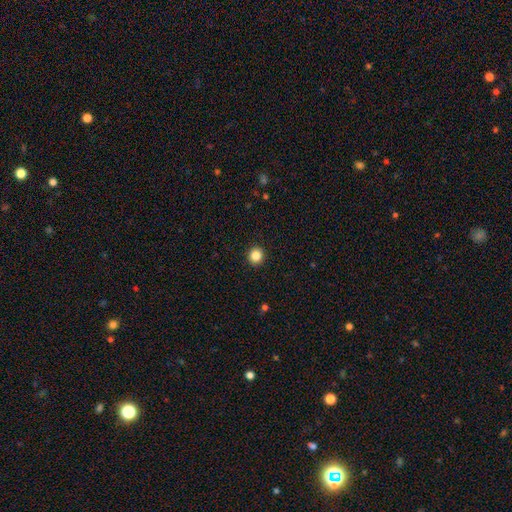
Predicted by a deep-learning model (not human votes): Smooth or featured?
  - smooth: 85% *
  - star or artifact: 11%
  - featured or disk: 4%
How rounded?
  - round: 91% *
  - in between: 8%
  - cigar-shaped: 1%
Merging?
  - none: 93% *
  - minor disturbance: 5%
  - major disturbance: 2%
  - merger: 1%